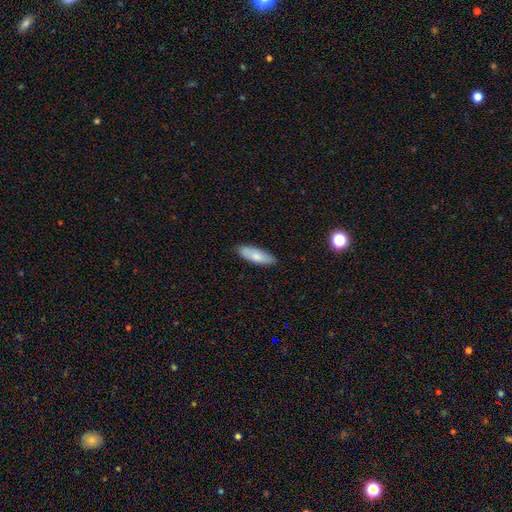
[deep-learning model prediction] Q: Smooth or featured?
A: smooth (79%); runner-up: featured or disk (16%)
Q: How rounded?
A: in between (60%); runner-up: cigar-shaped (38%)
Q: Merging?
A: none (85%); runner-up: minor disturbance (12%)